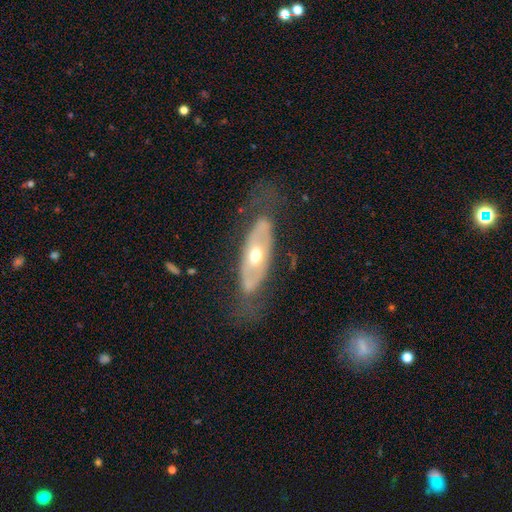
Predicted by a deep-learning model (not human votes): Morphology: type=featured or disk (63%); edge-on=no (77%); merging=none (66%).